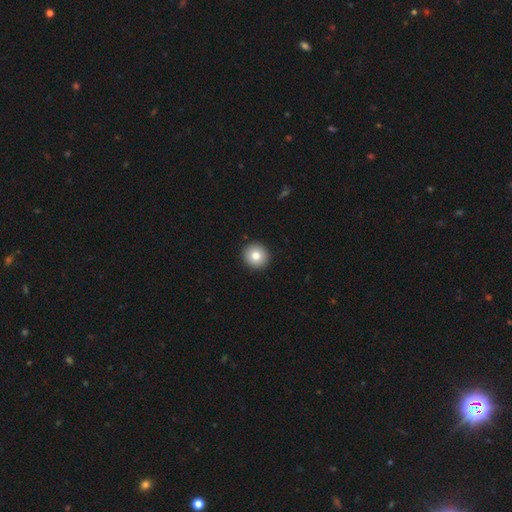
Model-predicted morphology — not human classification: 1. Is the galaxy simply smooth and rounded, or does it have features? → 83% smooth, 9% star or artifact, 9% featured or disk.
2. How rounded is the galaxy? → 93% round, 6% in between, 1% cigar-shaped.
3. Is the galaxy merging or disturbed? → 93% none, 5% minor disturbance, 1% major disturbance, 1% merger.